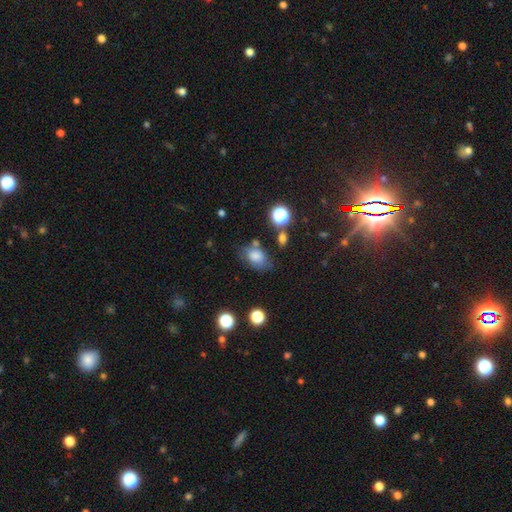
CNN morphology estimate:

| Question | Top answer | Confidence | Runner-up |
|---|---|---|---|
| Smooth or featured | smooth | 78% | star or artifact (12%) |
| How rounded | in between | 79% | round (19%) |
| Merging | none | 58% | minor disturbance (24%) |